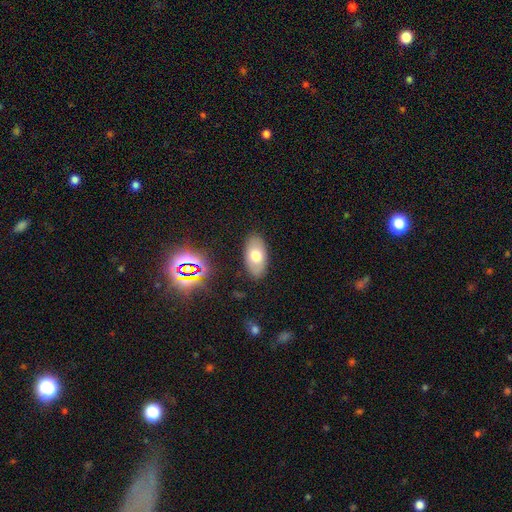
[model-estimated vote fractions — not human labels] Morphology: type=smooth (69%); roundness=in between (94%); merging=none (86%).